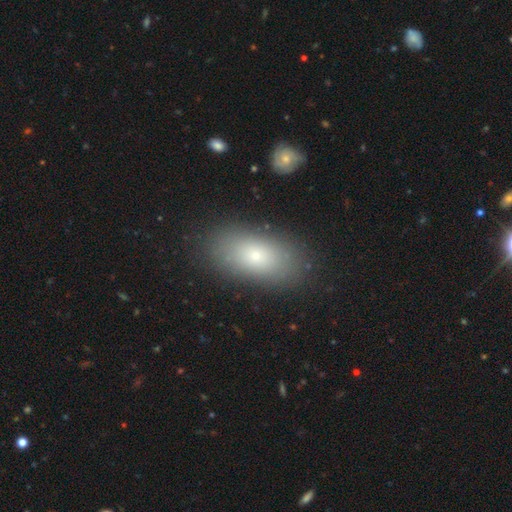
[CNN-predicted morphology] type=smooth (71%); roundness=in between (89%); merging=none (84%).